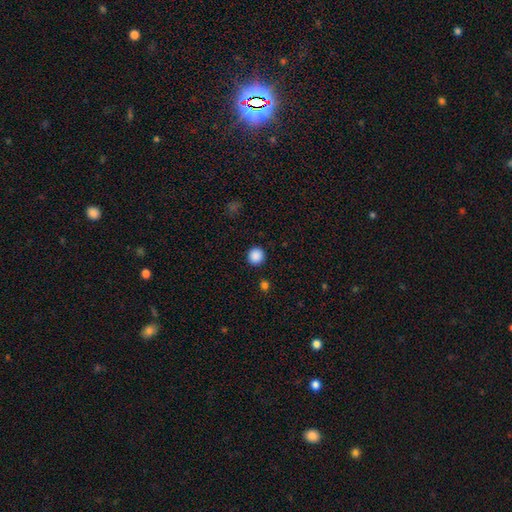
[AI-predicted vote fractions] A smooth galaxy with no disk features (88%) that is round (94%). Merging: none (92%).